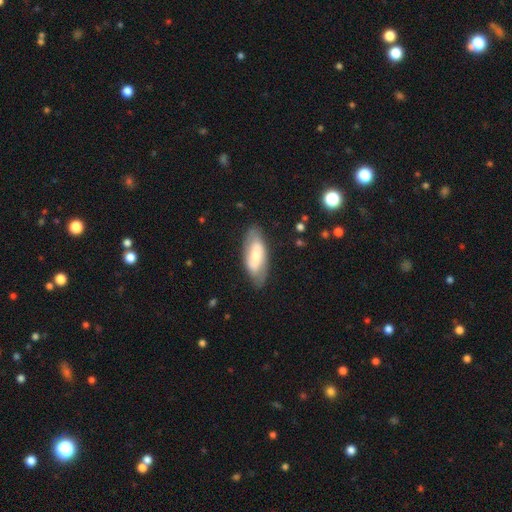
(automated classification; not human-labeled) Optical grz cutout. It shows a smooth galaxy with no disk features (49%). Merging: none (78%).